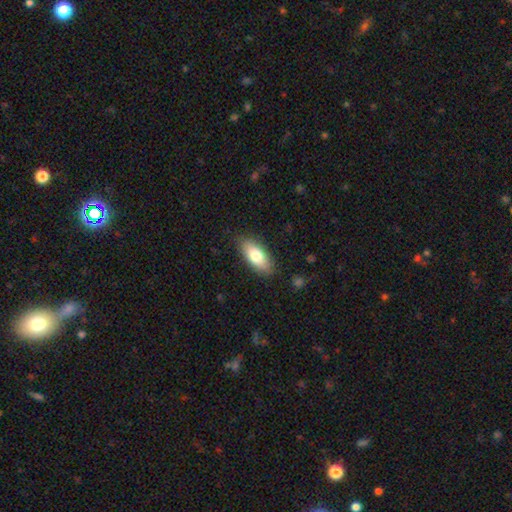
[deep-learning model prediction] Smooth or featured: smooth — 76% (featured or disk — 17%)
How rounded: in between — 83% (cigar-shaped — 14%)
Merging: none — 86% (minor disturbance — 11%)